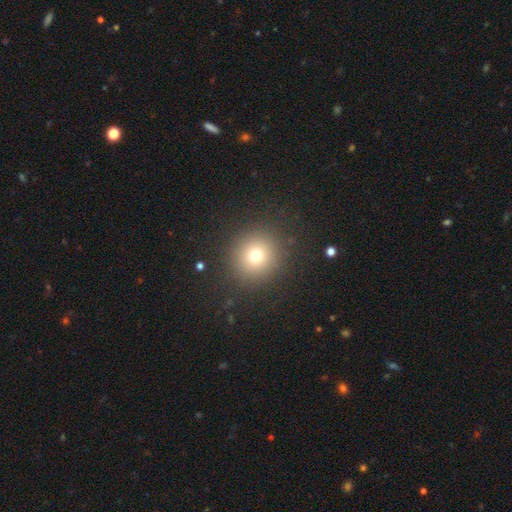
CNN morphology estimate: Overall: smooth (72%). How rounded: round (92%). Merging: none (88%).